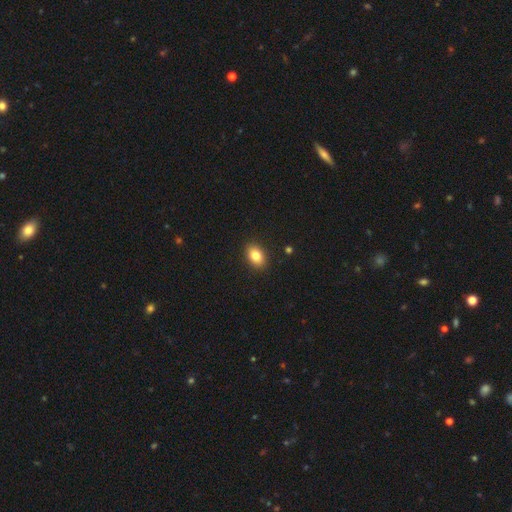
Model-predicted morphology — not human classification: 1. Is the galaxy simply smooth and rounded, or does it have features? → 84% smooth, 9% star or artifact, 7% featured or disk.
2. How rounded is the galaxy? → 83% in between, 16% round, 1% cigar-shaped.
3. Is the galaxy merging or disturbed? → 90% none, 7% minor disturbance, 2% major disturbance, 1% merger.